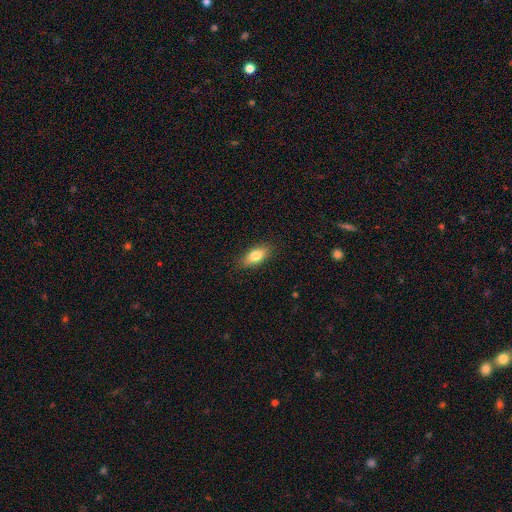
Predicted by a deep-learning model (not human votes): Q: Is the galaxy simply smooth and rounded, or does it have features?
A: smooth — 80%.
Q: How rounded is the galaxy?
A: in between — 81%.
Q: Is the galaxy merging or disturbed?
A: none — 85%.